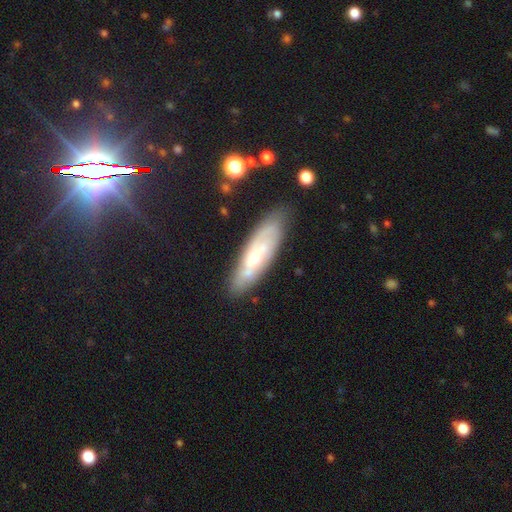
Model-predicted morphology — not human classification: featured or disk 60%, smooth 33%, star or artifact 7%. Down the decision tree: edge-on disk — no (73%); merging — none (77%).